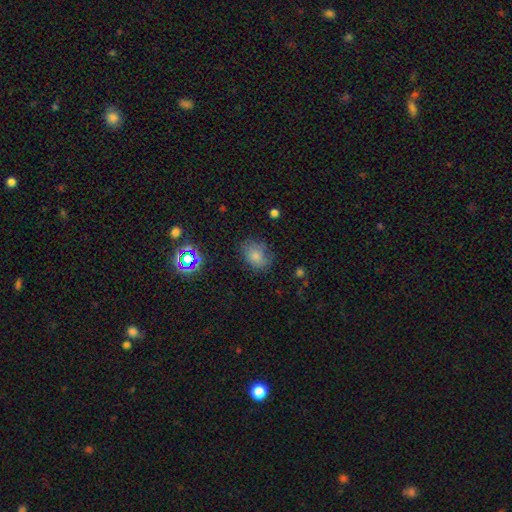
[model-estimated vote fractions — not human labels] This is likely a smooth galaxy (76%). How rounded: possibly in between (58%). Merging: likely none (70%).